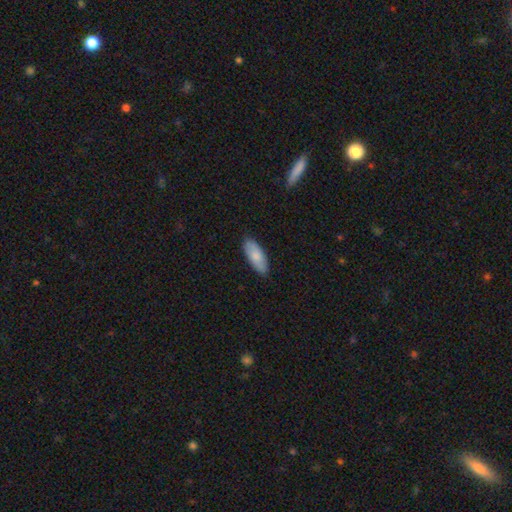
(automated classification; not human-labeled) Smooth or featured: smooth — 82% (featured or disk — 13%)
How rounded: in between — 77% (cigar-shaped — 21%)
Merging: none — 86% (minor disturbance — 11%)